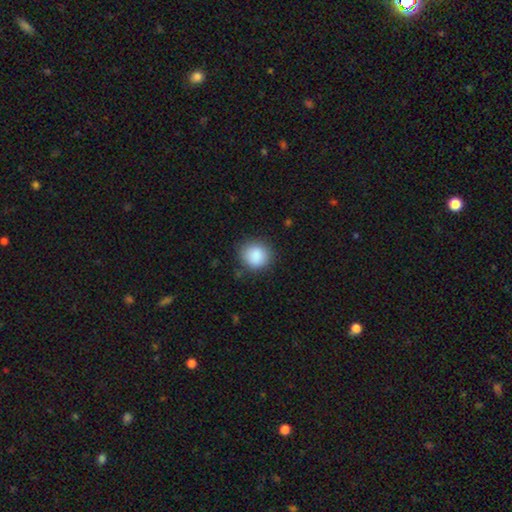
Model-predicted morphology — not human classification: smooth 88%, star or artifact 8%, featured or disk 4%. Down the decision tree: how rounded — round (88%); merging — none (85%).